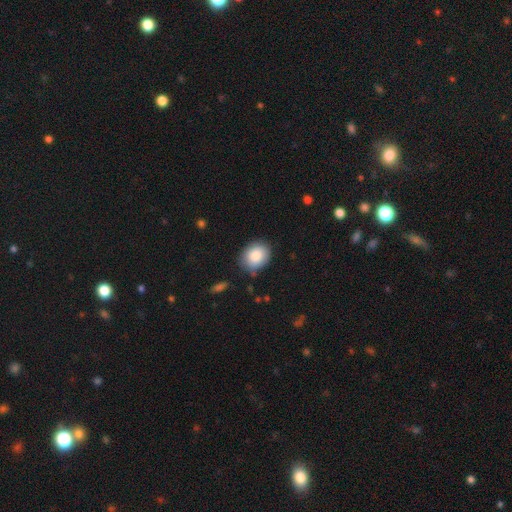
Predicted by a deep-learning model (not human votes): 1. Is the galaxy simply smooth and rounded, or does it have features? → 86% smooth, 7% star or artifact, 7% featured or disk.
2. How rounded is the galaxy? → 53% round, 46% in between, 1% cigar-shaped.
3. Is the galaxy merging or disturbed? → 82% none, 14% minor disturbance, 3% major disturbance, 2% merger.